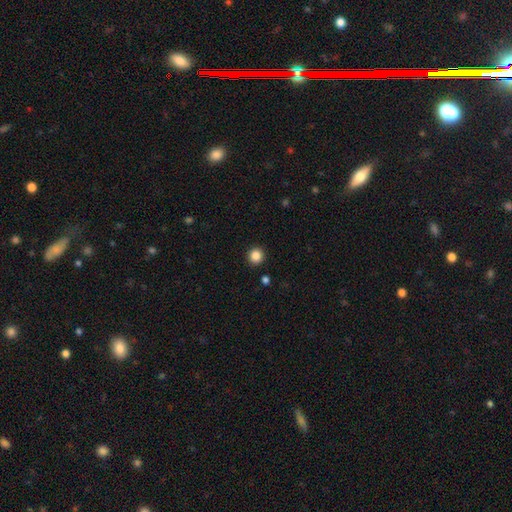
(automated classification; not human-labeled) Smooth or featured: smooth — 85% (star or artifact — 11%)
How rounded: round — 94% (in between — 5%)
Merging: none — 93% (minor disturbance — 5%)